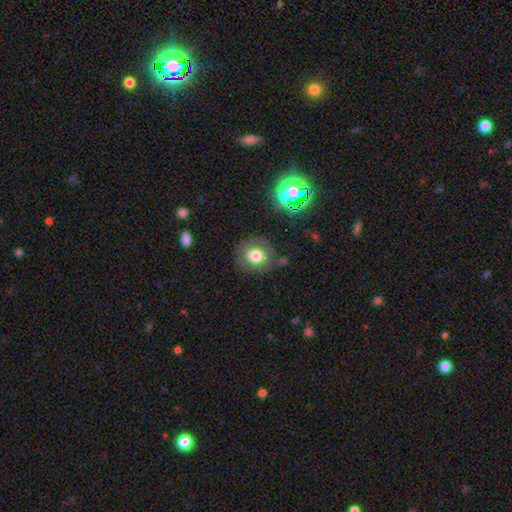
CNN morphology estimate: This is likely a smooth galaxy (73%). How rounded: clearly round (85%). Merging: clearly none (80%).